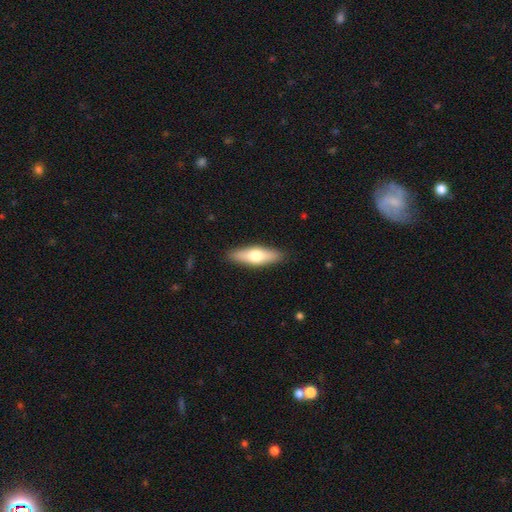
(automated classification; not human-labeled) smooth_or_featured: smooth (p=0.60) [alt: featured or disk p=0.34]
how_rounded: cigar-shaped (p=0.52) [alt: in between p=0.46]
merging: none (p=0.89) [alt: minor disturbance p=0.08]